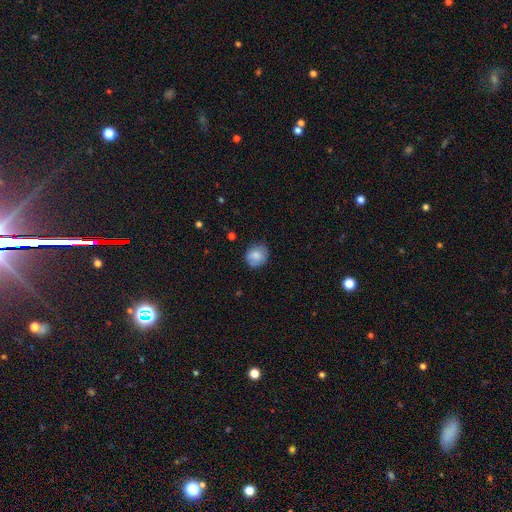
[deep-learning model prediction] smooth_or_featured: smooth (p=0.75) [alt: featured or disk p=0.16]
how_rounded: round (p=0.72) [alt: in between p=0.27]
merging: none (p=0.68) [alt: minor disturbance p=0.25]